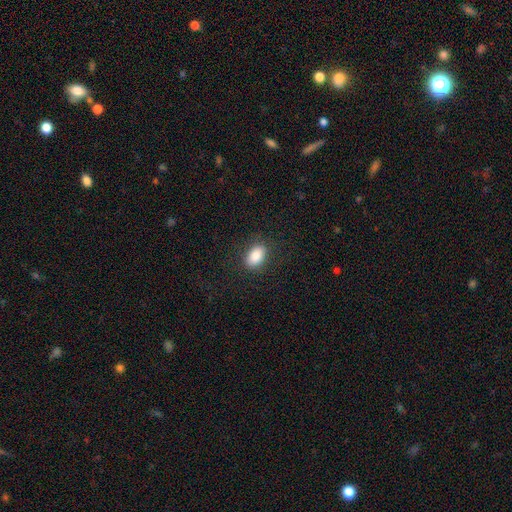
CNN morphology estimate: Smooth or featured: smooth — 86% (star or artifact — 8%)
How rounded: in between — 87% (round — 11%)
Merging: none — 85% (minor disturbance — 10%)